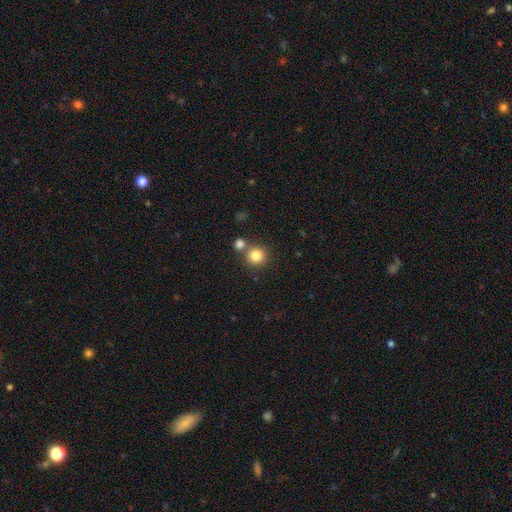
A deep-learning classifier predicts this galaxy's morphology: The model was most divided on "merging": none: 69%, merger: 21%, minor disturbance: 7%, major disturbance: 3%. More confident: how rounded — round (92%); smooth or featured — smooth (82%).